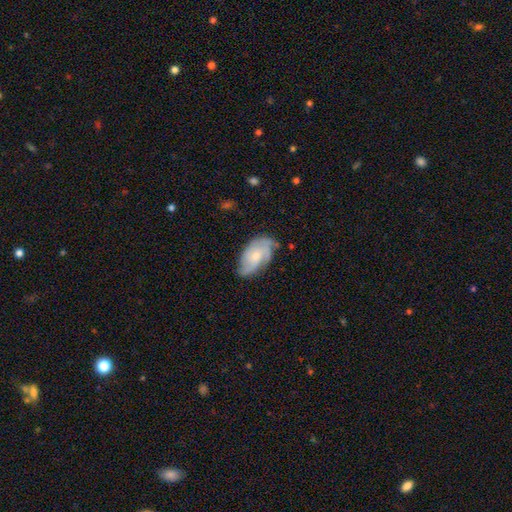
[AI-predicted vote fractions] Overall: featured or disk (67%; smooth 27%). Edge-on disk: no (95%). Bar: no (73%). Spiral arms: yes (90%). Spiral arm count: 3 (31%; can't tell 28%). Spiral winding: medium (42%; tight 36%). Bulge size: small (55%; moderate 37%). Merging: none (61%; minor disturbance 27%).